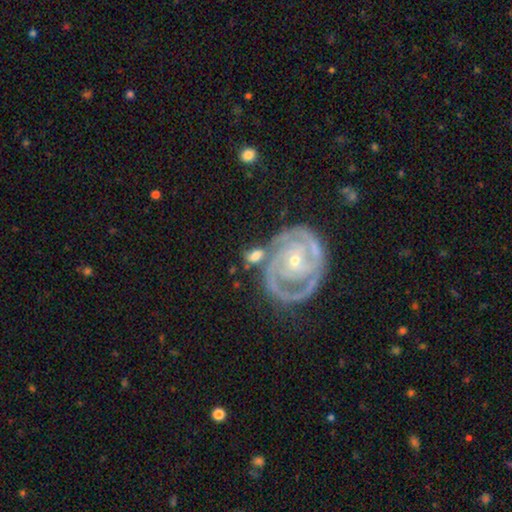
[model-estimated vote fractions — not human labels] smooth-or-featured: featured or disk: 64% | smooth: 29% | star or artifact: 7%
  disk-edge-on: no: 95% | yes: 5%
    bar: no: 60% | weak: 27% | strong: 14%
    has-spiral-arms: yes: 90% | no: 10%
      spiral-winding: tight: 65% | medium: 28% | loose: 7%
      spiral-arm-count: 2: 44% | 3: 22% | can't tell: 17% | 4: 7% | 1: 5% | more than 4: 5%
    bulge-size: small: 52% | moderate: 40% | large: 4% | none: 2% | dominant: 2%
  merging: none: 49% | merger: 25% | minor disturbance: 18% | major disturbance: 8%